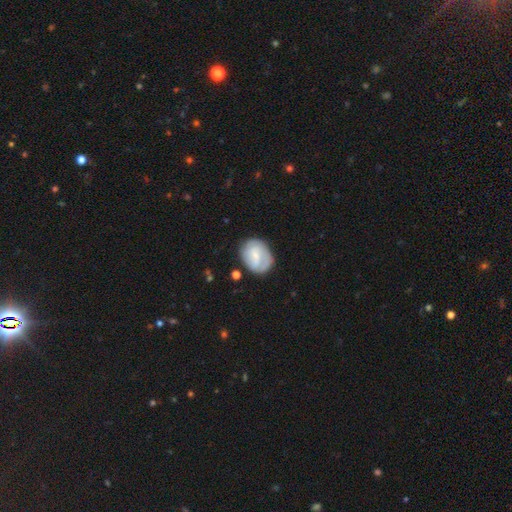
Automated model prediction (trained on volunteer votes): Morphology: type=featured or disk (48%); merging=none (67%).